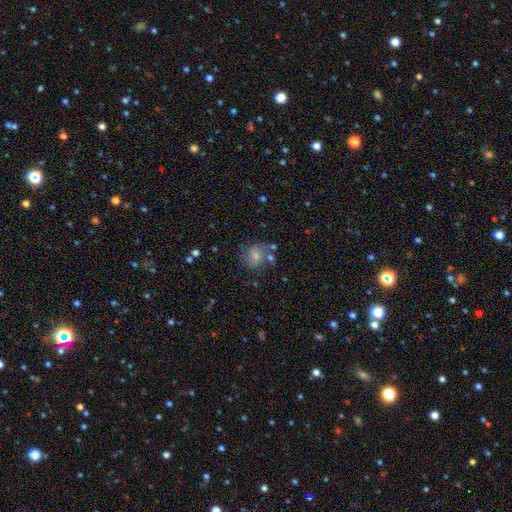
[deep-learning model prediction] Smooth or featured? Predicted: smooth (p=0.59). How rounded? Predicted: round (p=0.65). Merging? Predicted: none (p=0.58).